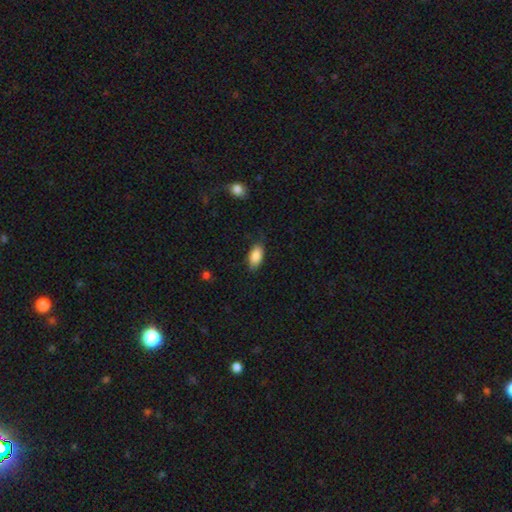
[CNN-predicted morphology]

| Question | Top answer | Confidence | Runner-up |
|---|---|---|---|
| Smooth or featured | smooth | 86% | star or artifact (7%) |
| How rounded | in between | 91% | cigar-shaped (6%) |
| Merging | none | 76% | minor disturbance (19%) |